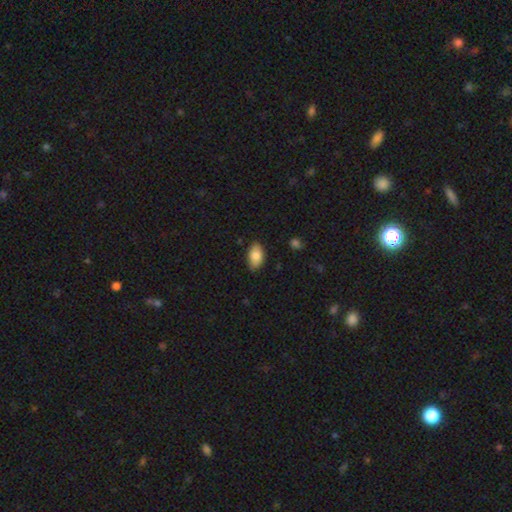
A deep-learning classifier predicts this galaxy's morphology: The model was most divided on "merging": none: 81%, minor disturbance: 15%, major disturbance: 2%, merger: 1%. More confident: how rounded — in between (93%); smooth or featured — smooth (84%).